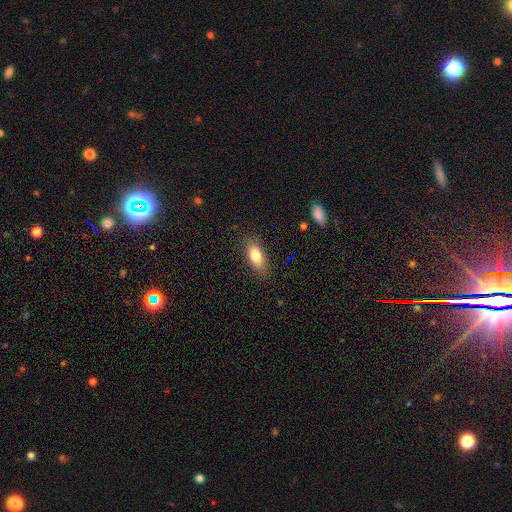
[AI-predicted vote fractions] smooth_or_featured: smooth (p=0.76) [alt: featured or disk p=0.16]
how_rounded: in between (p=0.79) [alt: cigar-shaped p=0.16]
merging: none (p=0.85) [alt: minor disturbance p=0.11]